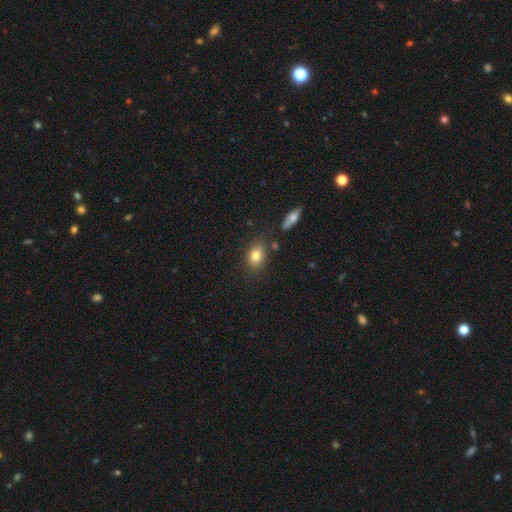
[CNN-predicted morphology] This is likely a smooth galaxy (80%). How rounded: likely in between (71%). Merging: likely none (76%).